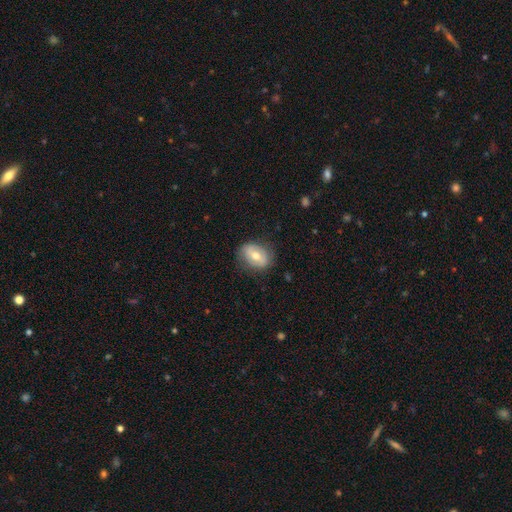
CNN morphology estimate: This is possibly a smooth galaxy (52%). How rounded: likely in between (74%). Merging: likely none (78%).